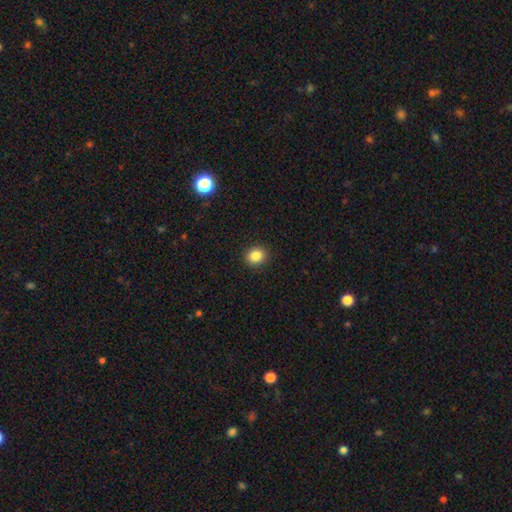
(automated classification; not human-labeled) Smooth or featured?
  - smooth: 86% *
  - star or artifact: 10%
  - featured or disk: 4%
How rounded?
  - round: 76% *
  - in between: 23%
  - cigar-shaped: 1%
Merging?
  - none: 91% *
  - minor disturbance: 6%
  - major disturbance: 2%
  - merger: 1%